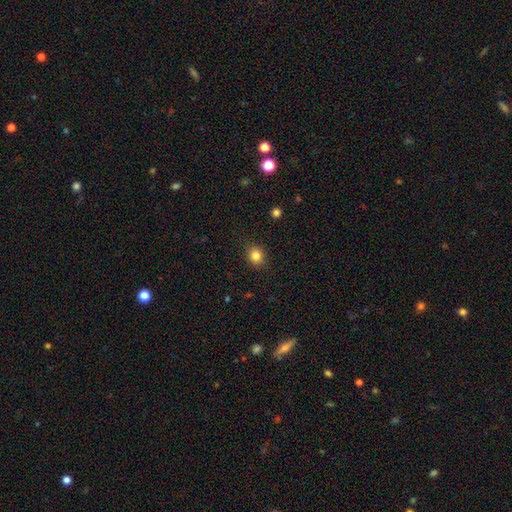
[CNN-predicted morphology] The model was most divided on "how rounded": round: 71%, in between: 28%, cigar-shaped: 1%. More confident: merging — none (88%); smooth or featured — smooth (83%).